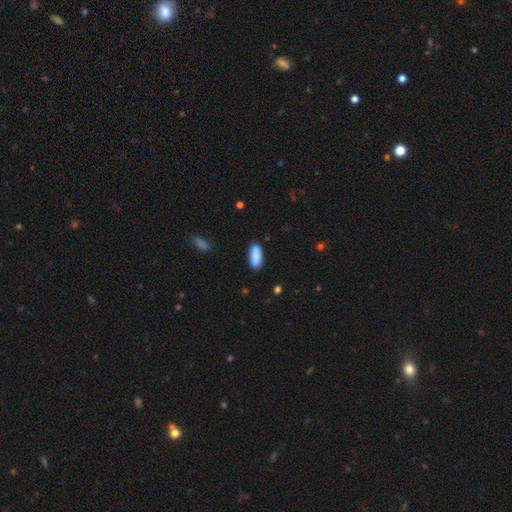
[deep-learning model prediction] A smooth galaxy with no disk features (84%) that is in between round and cigar-shaped (78%).

Vote fractions:
- Smooth or featured? smooth: 84% / featured or disk: 9% / star or artifact: 7%
- How rounded? in between: 78% / cigar-shaped: 20% / round: 2%
- Merging? none: 79% / minor disturbance: 14% / merger: 4% / major disturbance: 3%